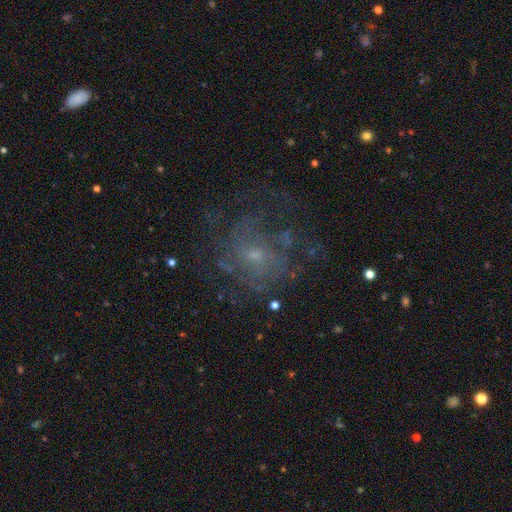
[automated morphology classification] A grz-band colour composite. It shows a featured or disk galaxy (63%) with no bar (78%), spiral arms (58%) and a small central bulge (66%). Merging: none (58%).